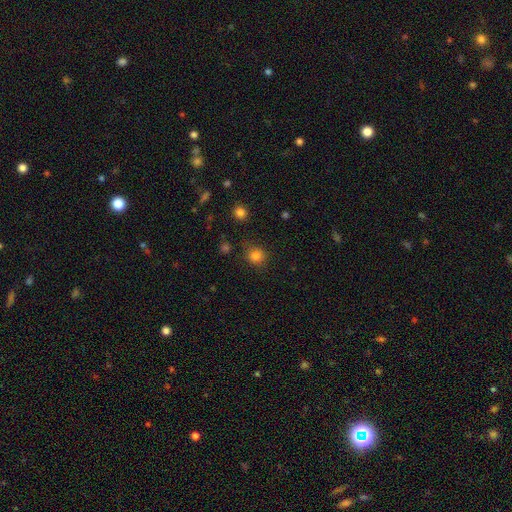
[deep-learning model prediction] Q: Smooth or featured?
A: smooth (82%); runner-up: star or artifact (13%)
Q: How rounded?
A: round (86%); runner-up: in between (13%)
Q: Merging?
A: none (84%); runner-up: minor disturbance (11%)